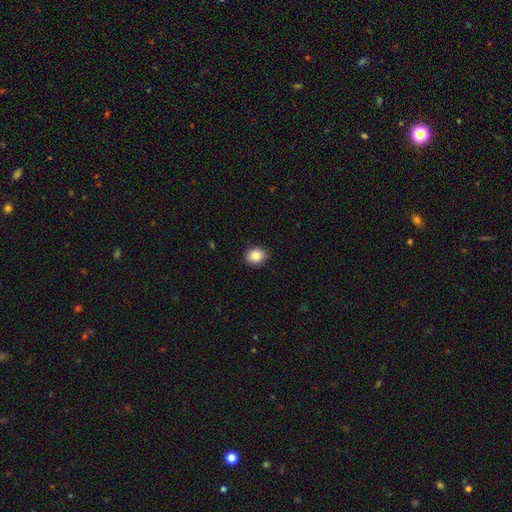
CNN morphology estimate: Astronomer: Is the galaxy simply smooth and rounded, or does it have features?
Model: smooth — 86%.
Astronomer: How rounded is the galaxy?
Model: round — 63%.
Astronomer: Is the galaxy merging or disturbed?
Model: none — 90%.